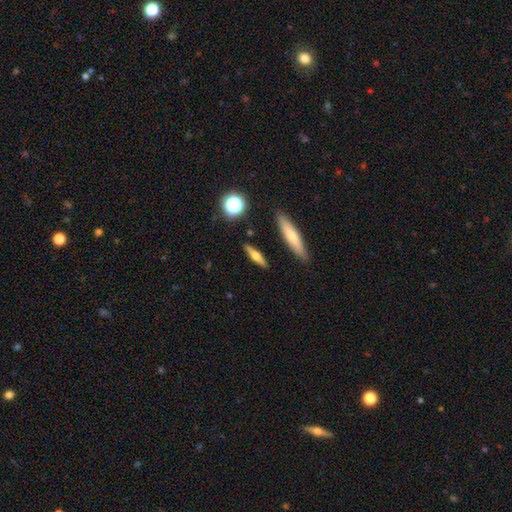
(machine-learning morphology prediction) A smooth galaxy with no disk features (46%).

Vote fractions:
- Smooth or featured? smooth: 46% / featured or disk: 45% / star or artifact: 9%
- Merging? none: 86% / minor disturbance: 9% / merger: 3% / major disturbance: 2%